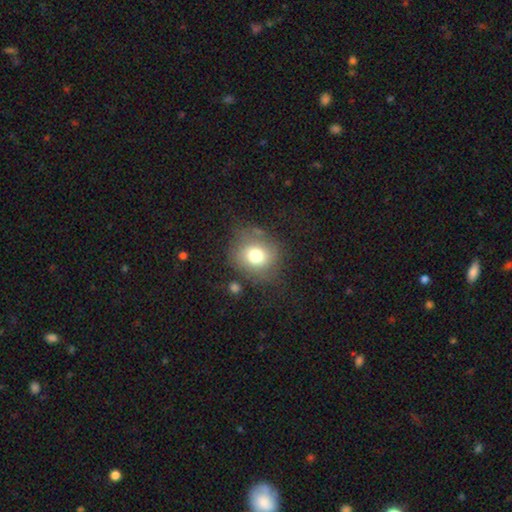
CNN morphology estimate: A smooth galaxy with no disk features (73%) that is round (75%).

Vote fractions:
- Smooth or featured? smooth: 73% / featured or disk: 16% / star or artifact: 11%
- How rounded? round: 75% / in between: 24% / cigar-shaped: 1%
- Merging? none: 69% / minor disturbance: 19% / major disturbance: 10% / merger: 3%